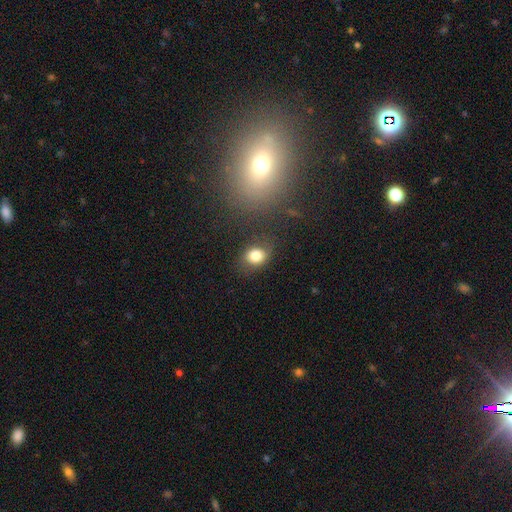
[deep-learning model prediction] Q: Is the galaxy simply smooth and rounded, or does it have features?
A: smooth — 80%.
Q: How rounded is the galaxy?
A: in between — 56%.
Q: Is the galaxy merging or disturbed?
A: none — 73%.